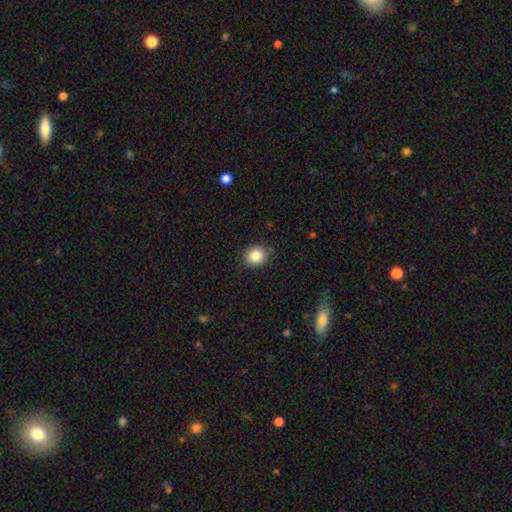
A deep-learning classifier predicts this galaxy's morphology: This is clearly a smooth galaxy (85%). How rounded: likely round (78%). Merging: clearly none (86%).